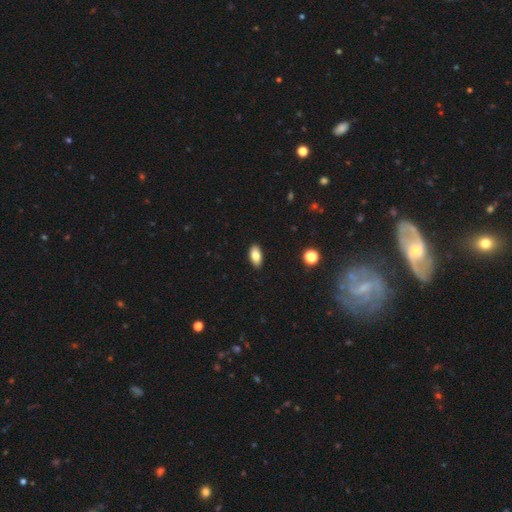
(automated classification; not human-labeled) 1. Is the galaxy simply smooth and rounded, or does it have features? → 81% smooth, 11% featured or disk, 8% star or artifact.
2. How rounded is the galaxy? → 91% in between, 5% cigar-shaped, 4% round.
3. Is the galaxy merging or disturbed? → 89% none, 8% minor disturbance, 2% major disturbance, 1% merger.